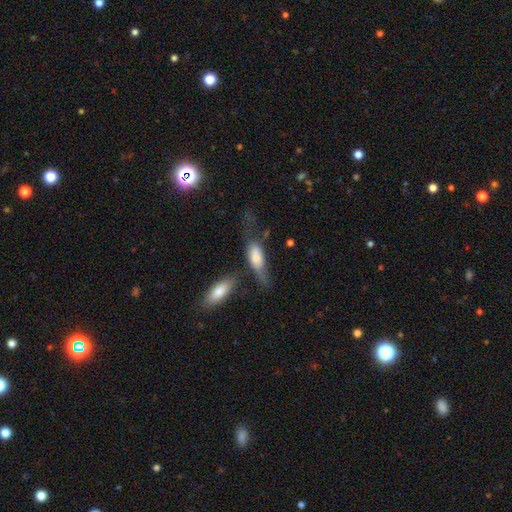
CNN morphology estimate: The model was most divided on "merging": major disturbance: 30%, minor disturbance: 25%, none: 25%, merger: 20%. More confident: how rounded — in between (75%); smooth or featured — smooth (72%).